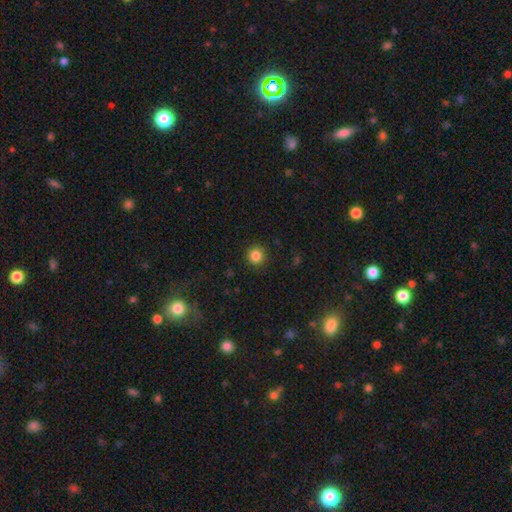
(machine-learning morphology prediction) Smooth or featured: smooth — 84% (star or artifact — 12%)
How rounded: round — 94% (in between — 5%)
Merging: none — 90% (minor disturbance — 7%)